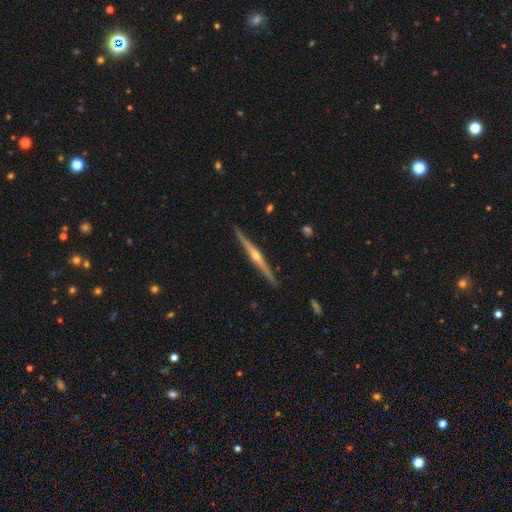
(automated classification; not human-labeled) Q: Smooth or featured?
A: featured or disk (84%); runner-up: smooth (10%)
Q: Edge-on disk?
A: yes (98%); runner-up: no (2%)
Q: Edge-on bulge?
A: rounded (91%); runner-up: none (6%)
Q: Merging?
A: none (92%); runner-up: minor disturbance (6%)